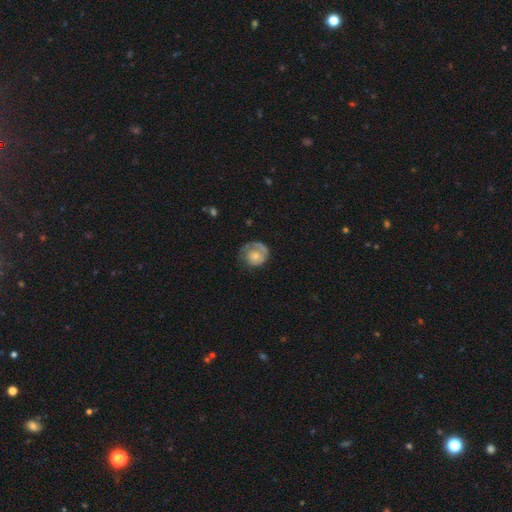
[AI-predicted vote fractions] Smooth or featured? featured or disk (54%)
Edge-on disk? no (98%)
Bar? no (84%)
Spiral arms? yes (73%)
Bulge size? small (47%)
Merging? none (52%)